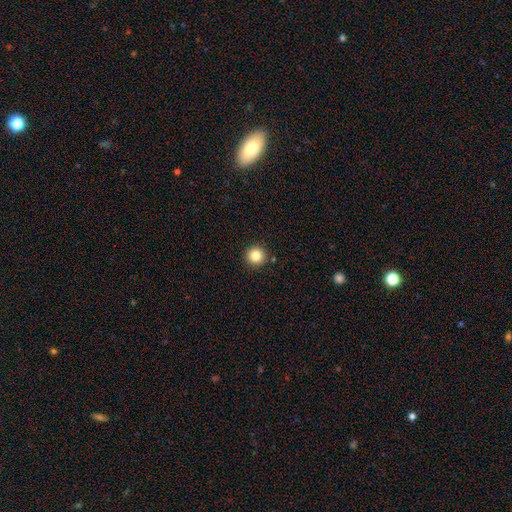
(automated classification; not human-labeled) smooth_or_featured: smooth (p=0.84) [alt: star or artifact p=0.11]
how_rounded: round (p=0.96) [alt: in between p=0.03]
merging: none (p=0.91) [alt: minor disturbance p=0.05]